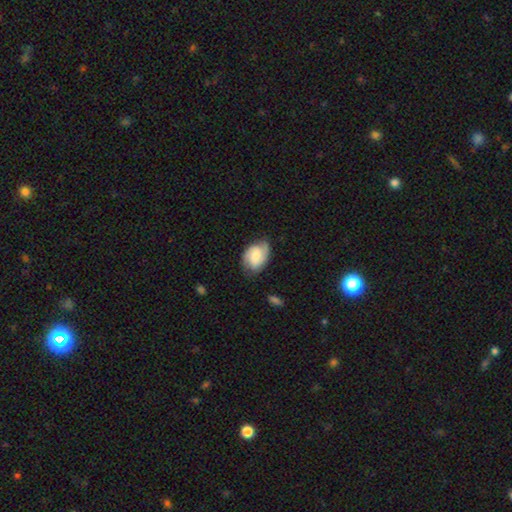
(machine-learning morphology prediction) featured or disk 59%, smooth 34%, star or artifact 7%. Down the decision tree: edge-on disk — no (97%); bar — no (51%); spiral arms — yes (93%); spiral arm count — 2 (70%); spiral winding — medium (44%); bulge size — small (34%); merging — none (68%).